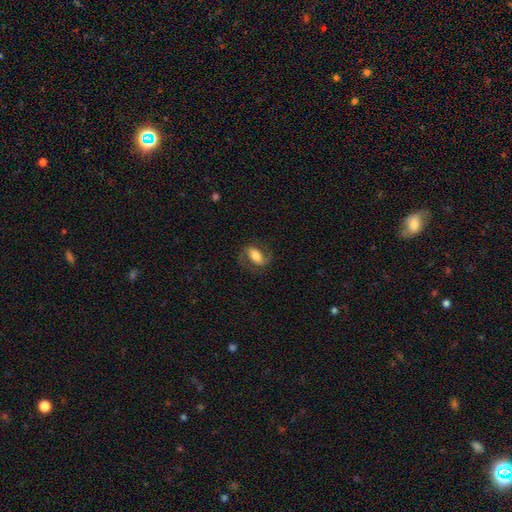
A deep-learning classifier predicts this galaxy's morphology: A featured or disk galaxy (53%).

Vote fractions:
- Smooth or featured? featured or disk: 53% / smooth: 39% / star or artifact: 8%
- Edge-on disk? no: 92% / yes: 8%
- Merging? none: 69% / minor disturbance: 18% / major disturbance: 12% / merger: 1%